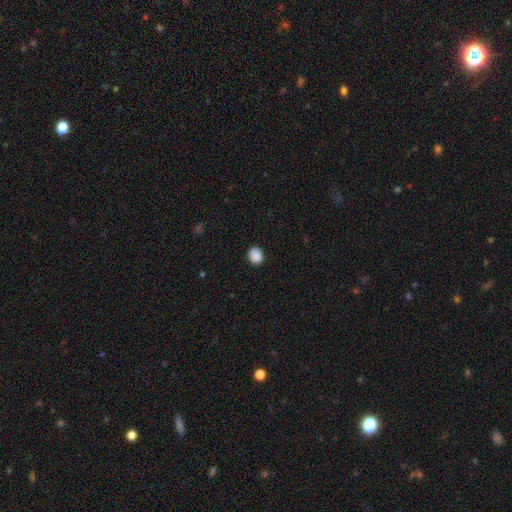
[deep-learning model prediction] smooth-or-featured: smooth: 88% | star or artifact: 9% | featured or disk: 4%
  how-rounded: round: 71% | in between: 28% | cigar-shaped: 1%
  merging: none: 84% | minor disturbance: 13% | major disturbance: 3% | merger: 1%